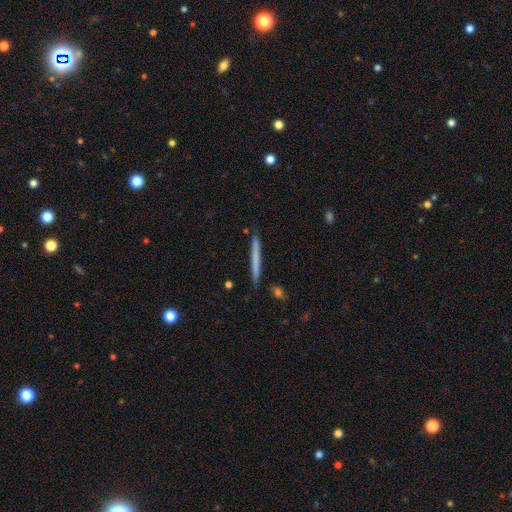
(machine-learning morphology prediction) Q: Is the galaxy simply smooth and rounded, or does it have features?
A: smooth — 60%.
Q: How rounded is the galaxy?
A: cigar-shaped — 97%.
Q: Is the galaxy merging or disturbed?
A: none — 90%.